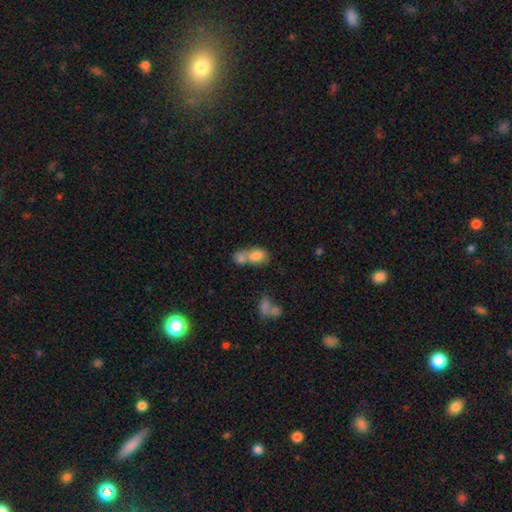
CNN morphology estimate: The model was most divided on "merging": merger: 66%, none: 21%, minor disturbance: 8%, major disturbance: 5%. More confident: how rounded — in between (80%); smooth or featured — smooth (77%).